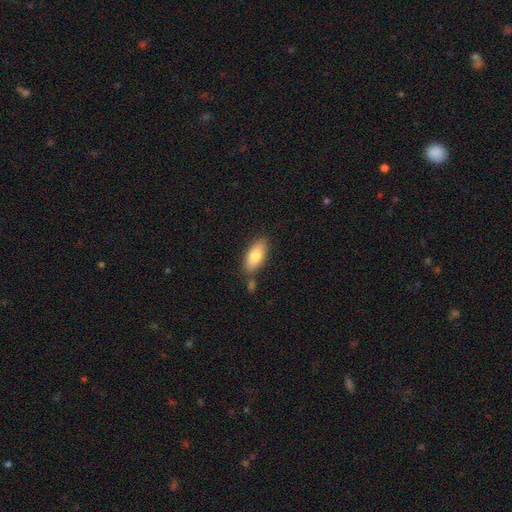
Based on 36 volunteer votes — Smooth or featured? 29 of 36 (81%) said smooth. How rounded? 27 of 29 (93%) said in between. Merging? 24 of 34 (71%) said none.